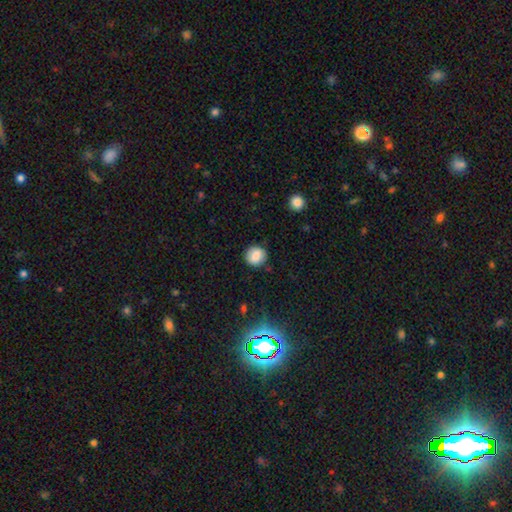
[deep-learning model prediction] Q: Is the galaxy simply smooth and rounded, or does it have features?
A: smooth — 81%.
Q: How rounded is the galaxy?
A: round — 84%.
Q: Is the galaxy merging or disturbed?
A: none — 85%.